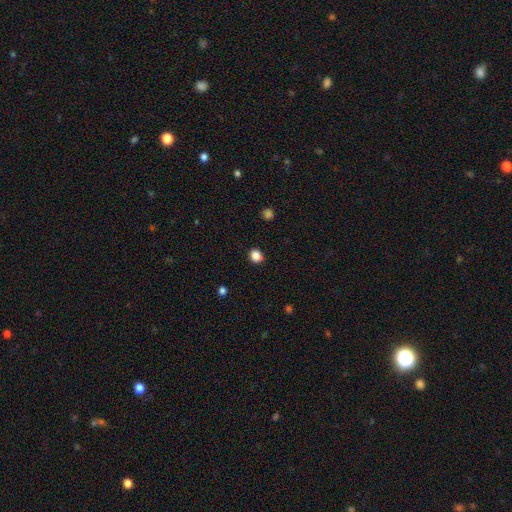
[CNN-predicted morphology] smooth-or-featured: smooth: 85% | star or artifact: 12% | featured or disk: 3%
  how-rounded: round: 78% | in between: 21% | cigar-shaped: 1%
  merging: none: 91% | minor disturbance: 6% | major disturbance: 2% | merger: 1%